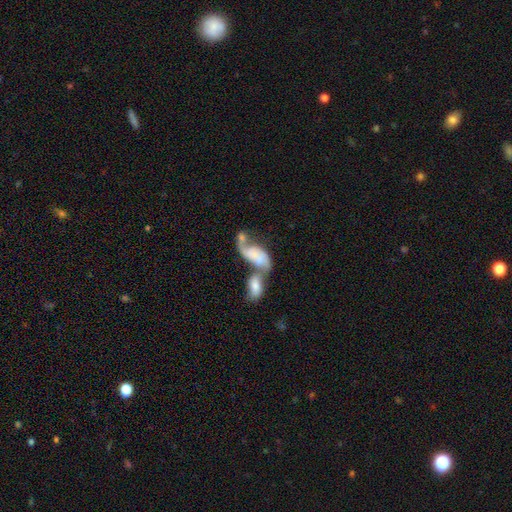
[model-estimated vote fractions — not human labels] This is possibly a featured or disk galaxy (56%). It is clearly not viewed edge-on (95%). Bar: likely no (67%). Spiral arm pattern: likely yes (80%). Central bulge: possibly none (48%). Merging: likely merger (66%).